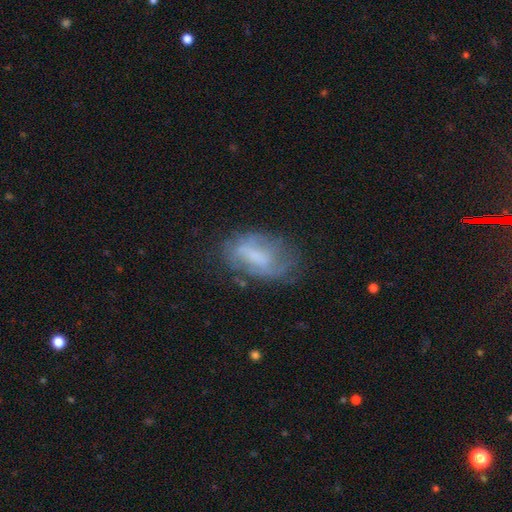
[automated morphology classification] type=featured or disk (53%); edge-on=no (95%); merging=none (54%).